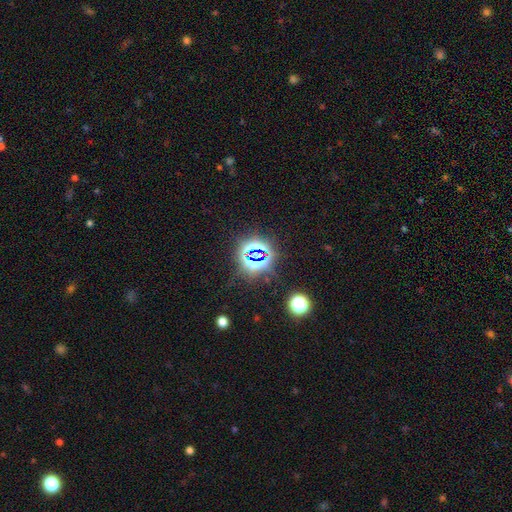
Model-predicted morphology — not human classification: Q: Smooth or featured?
A: star or artifact (77%); runner-up: smooth (14%)